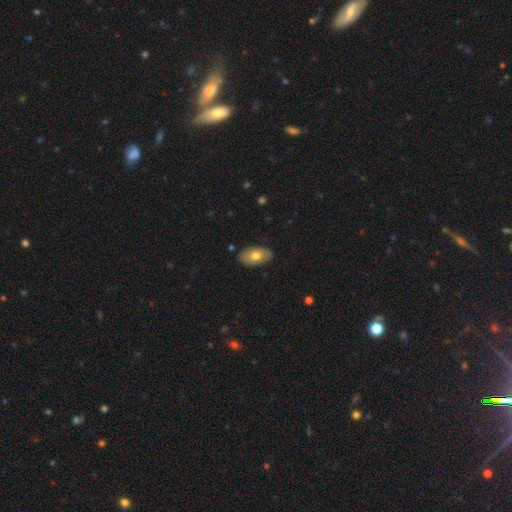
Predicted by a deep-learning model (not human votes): smooth_or_featured: smooth (p=0.67) [alt: featured or disk p=0.27]
how_rounded: in between (p=0.93) [alt: round p=0.05]
merging: none (p=0.87) [alt: minor disturbance p=0.10]